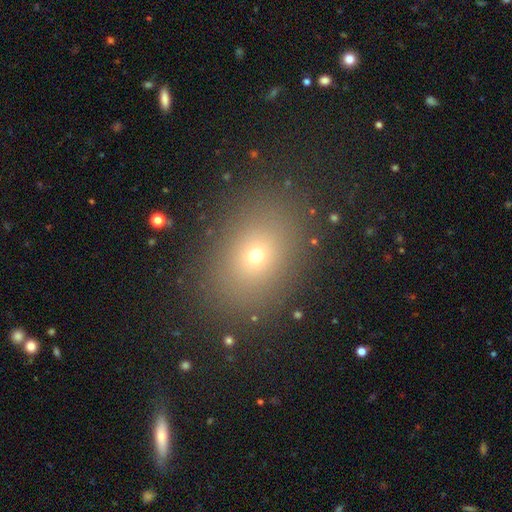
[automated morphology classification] A smooth galaxy with no disk features (65%) that is in between round and cigar-shaped (54%).

Vote fractions:
- Smooth or featured? smooth: 65% / star or artifact: 23% / featured or disk: 12%
- How rounded? in between: 54% / round: 45% / cigar-shaped: 1%
- Merging? none: 86% / minor disturbance: 8% / major disturbance: 4% / merger: 2%